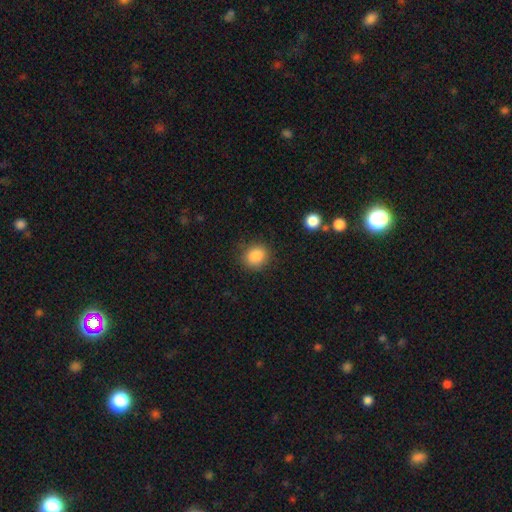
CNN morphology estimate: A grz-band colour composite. It shows a smooth galaxy with no disk features (86%) that is round (75%). Merging: none (85%).